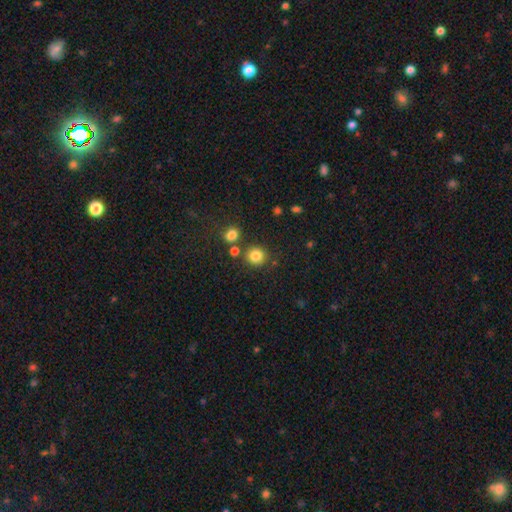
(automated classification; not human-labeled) A smooth galaxy with no disk features (83%) that is round (88%).

Vote fractions:
- Smooth or featured? smooth: 83% / star or artifact: 12% / featured or disk: 5%
- How rounded? round: 88% / in between: 11% / cigar-shaped: 1%
- Merging? none: 80% / merger: 9% / minor disturbance: 8% / major disturbance: 3%